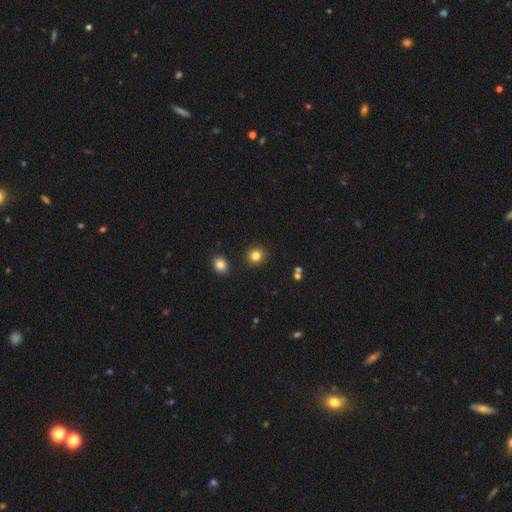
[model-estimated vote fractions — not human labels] Smooth or featured?
  - smooth: 83% *
  - star or artifact: 11%
  - featured or disk: 6%
How rounded?
  - round: 89% *
  - in between: 10%
  - cigar-shaped: 1%
Merging?
  - none: 90% *
  - minor disturbance: 6%
  - merger: 2%
  - major disturbance: 2%